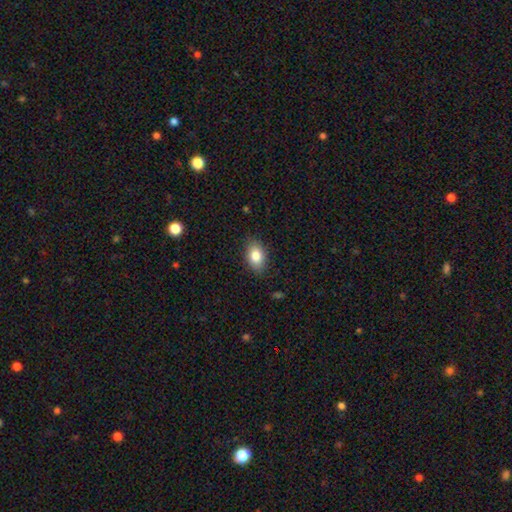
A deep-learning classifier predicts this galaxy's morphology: This appears to be a smooth galaxy with no disk features (83%) that is in between round and cigar-shaped (86%). Merging: none (85%).